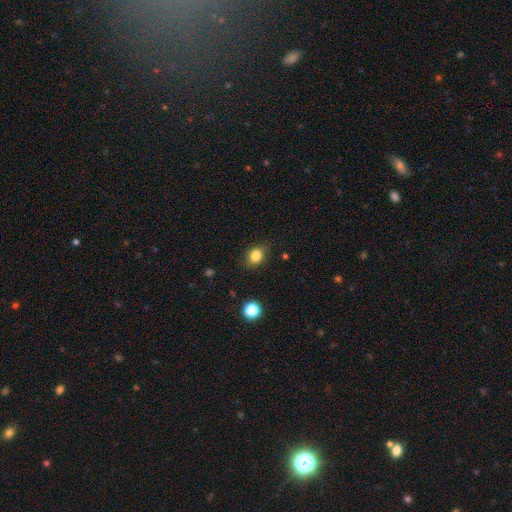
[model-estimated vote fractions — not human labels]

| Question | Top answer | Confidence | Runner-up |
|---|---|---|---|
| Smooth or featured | smooth | 83% | star or artifact (11%) |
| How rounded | in between | 55% | round (44%) |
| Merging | none | 81% | minor disturbance (14%) |